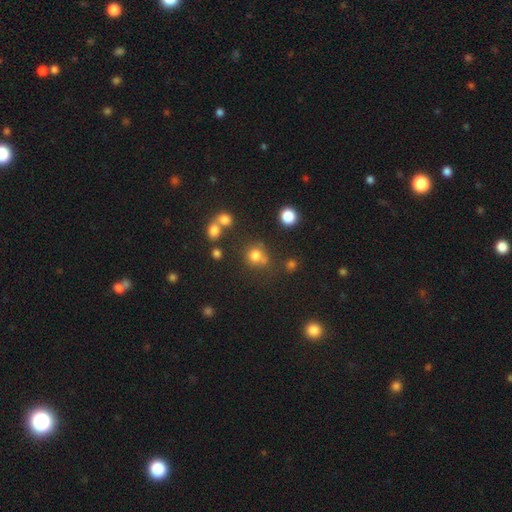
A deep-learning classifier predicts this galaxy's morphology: smooth_or_featured: smooth (p=0.75) [alt: star or artifact p=0.17]
how_rounded: round (p=0.86) [alt: in between p=0.13]
merging: none (p=0.61) [alt: merger p=0.18]